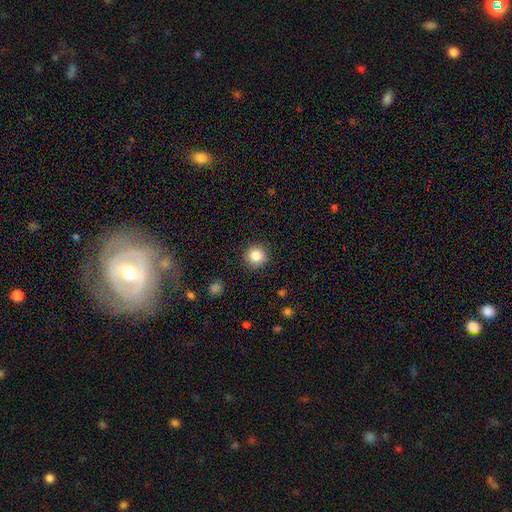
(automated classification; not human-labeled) A smooth galaxy with no disk features (84%) that is round (94%).

Vote fractions:
- Smooth or featured? smooth: 84% / star or artifact: 11% / featured or disk: 5%
- How rounded? round: 94% / in between: 5% / cigar-shaped: 1%
- Merging? none: 91% / minor disturbance: 6% / major disturbance: 2% / merger: 1%